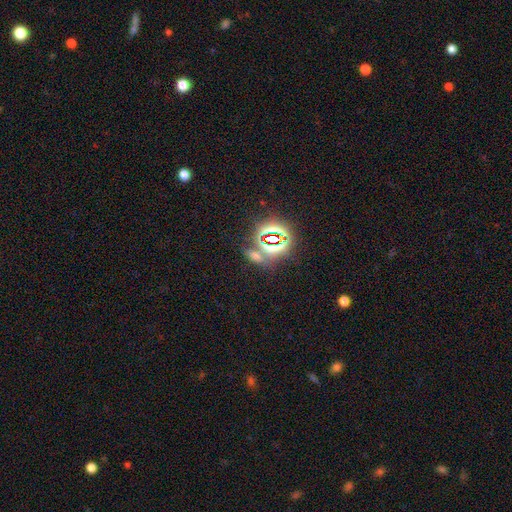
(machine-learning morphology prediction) This is possibly a star or artifact rather than a galaxy (53%).